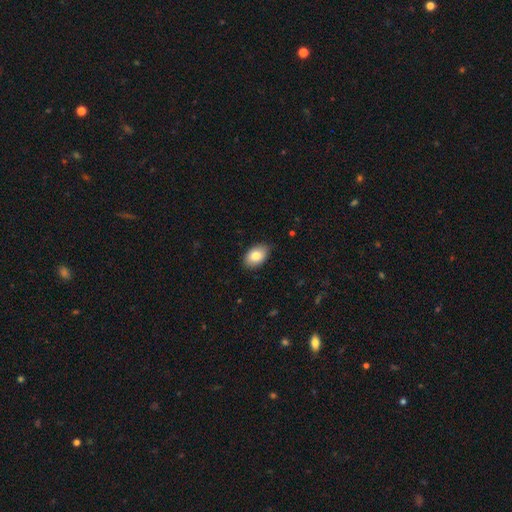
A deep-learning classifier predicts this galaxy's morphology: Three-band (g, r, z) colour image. It shows a smooth galaxy with no disk features (81%) that is in between round and cigar-shaped (89%). Merging: none (85%).